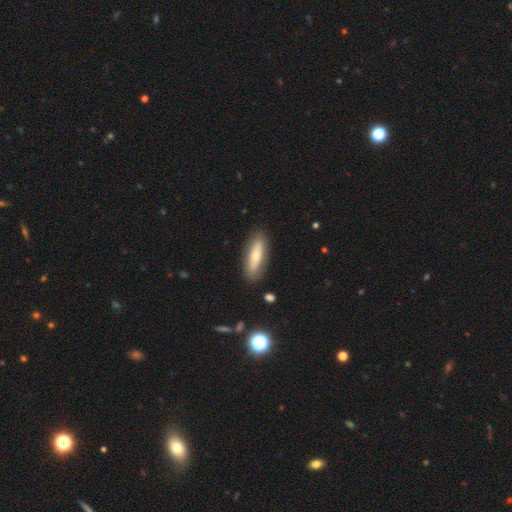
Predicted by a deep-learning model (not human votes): Morphology: type=smooth (65%); roundness=in between (52%); merging=none (85%).